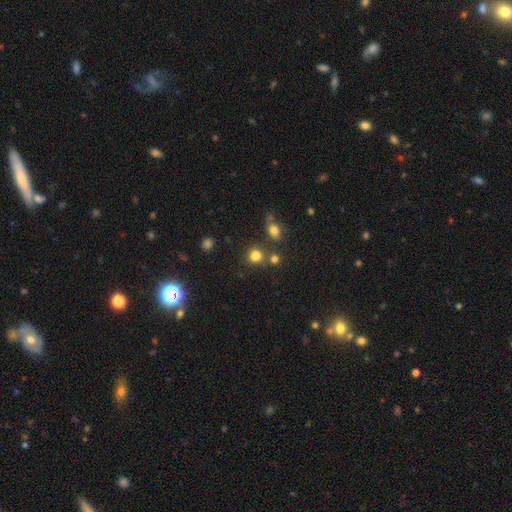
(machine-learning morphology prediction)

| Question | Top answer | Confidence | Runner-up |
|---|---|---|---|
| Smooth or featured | smooth | 78% | star or artifact (16%) |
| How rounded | round | 76% | in between (23%) |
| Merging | none | 67% | merger (17%) |